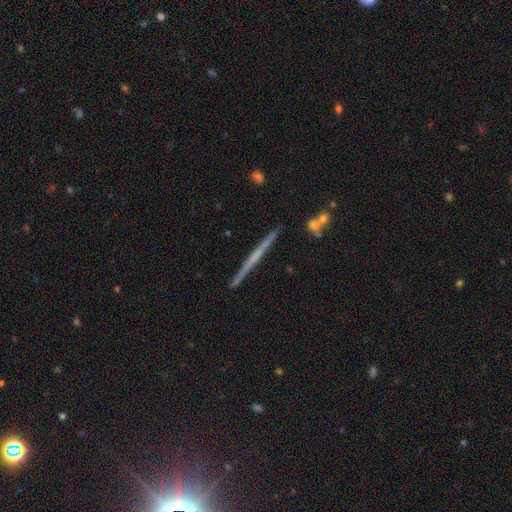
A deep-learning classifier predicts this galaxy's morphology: Smooth or featured: featured or disk — 66% (smooth — 28%)
Edge-on disk: yes — 98% (no — 2%)
Edge-on bulge: none — 78% (rounded — 15%)
Merging: none — 91% (minor disturbance — 6%)